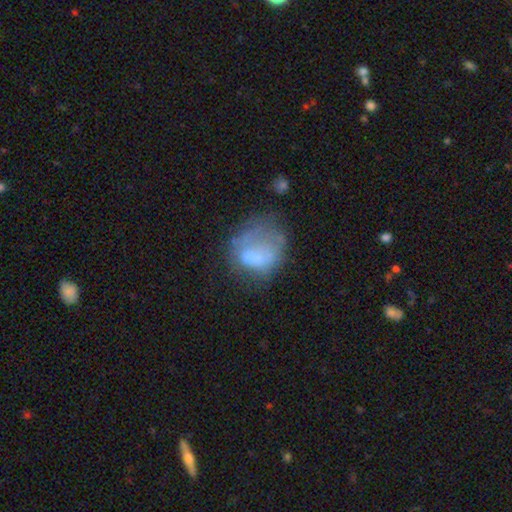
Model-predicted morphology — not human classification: Overall: smooth (51%; featured or disk 38%). How rounded: round (52%; in between 47%). Merging: major disturbance (36%; none 30%).